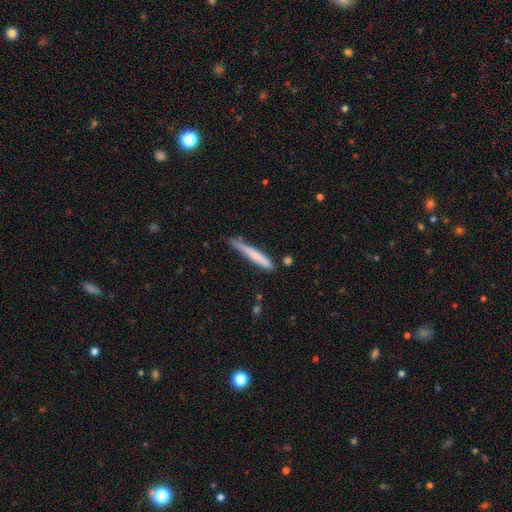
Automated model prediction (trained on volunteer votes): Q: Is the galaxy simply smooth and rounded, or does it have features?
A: smooth — 68%.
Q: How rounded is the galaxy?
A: cigar-shaped — 96%.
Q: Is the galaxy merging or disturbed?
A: none — 70%.